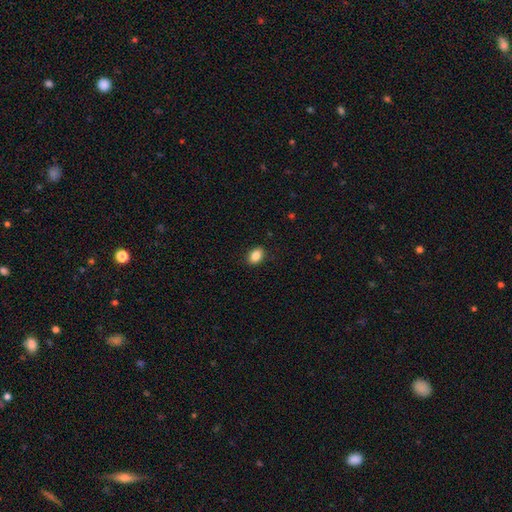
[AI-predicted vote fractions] Morphology: type=smooth (87%); roundness=in between (78%); merging=none (89%).